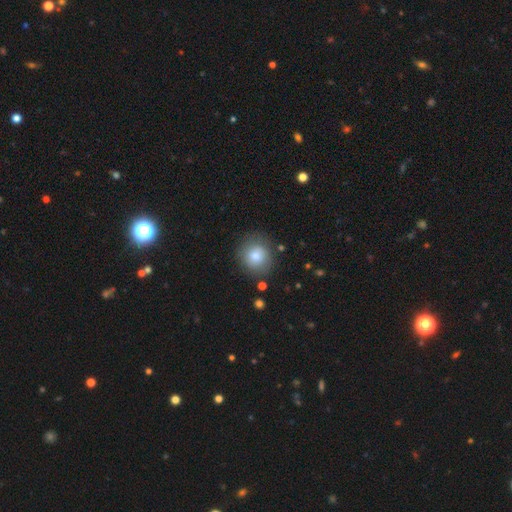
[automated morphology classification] A smooth galaxy with no disk features (80%) that is round (84%).

Vote fractions:
- Smooth or featured? smooth: 80% / featured or disk: 12% / star or artifact: 9%
- How rounded? round: 84% / in between: 15% / cigar-shaped: 1%
- Merging? none: 79% / minor disturbance: 14% / major disturbance: 5% / merger: 3%